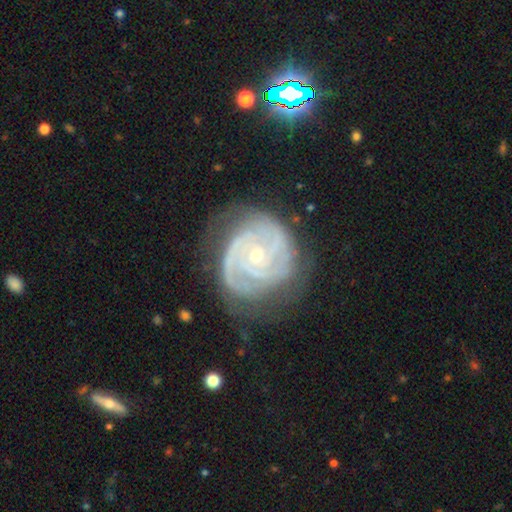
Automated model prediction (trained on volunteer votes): Smooth or featured?
  - featured or disk: 90% *
  - star or artifact: 5%
  - smooth: 5%
Edge-on disk?
  - no: 98% *
  - yes: 2%
Bar?
  - no: 71% *
  - weak: 23%
  - strong: 6%
Spiral arms?
  - yes: 98% *
  - no: 2%
Spiral winding?
  - tight: 74% *
  - medium: 22%
  - loose: 3%
Spiral arm count?
  - 3: 34% *
  - 2: 27%
  - can't tell: 16%
  - 4: 12%
  - more than 4: 6%
  - 1: 6%
Bulge size?
  - small: 69% *
  - moderate: 28%
  - none: 1%
  - large: 1%
  - dominant: 1%
Merging?
  - none: 70% *
  - minor disturbance: 21%
  - major disturbance: 8%
  - merger: 1%